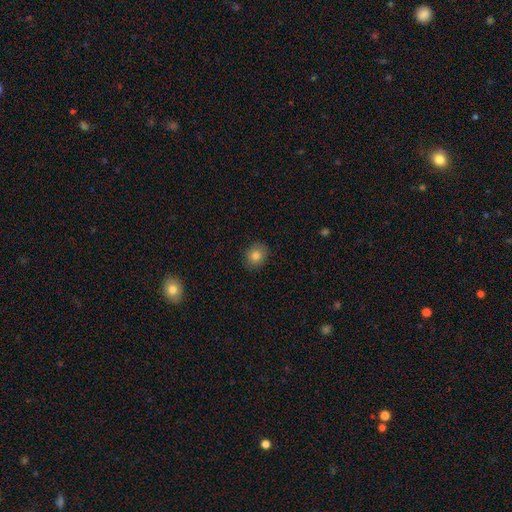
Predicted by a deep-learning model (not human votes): Smooth or featured? smooth (81%)
How rounded? round (75%)
Merging? none (87%)